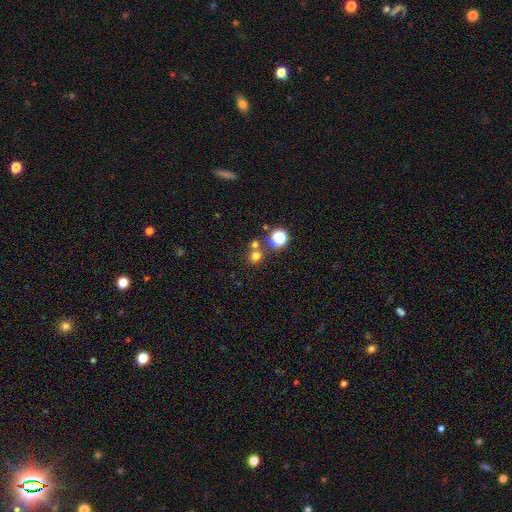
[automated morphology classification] Smooth or featured: smooth — 68% (star or artifact — 24%)
How rounded: round — 81% (in between — 18%)
Merging: none — 58% (merger — 32%)